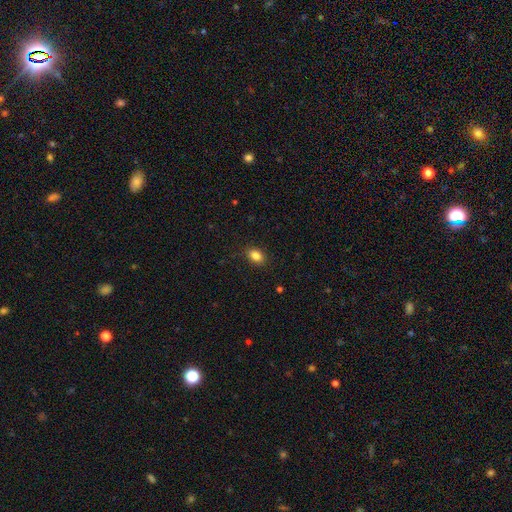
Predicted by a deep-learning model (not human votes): Overall: smooth (85%). How rounded: in between (79%). Merging: none (87%).